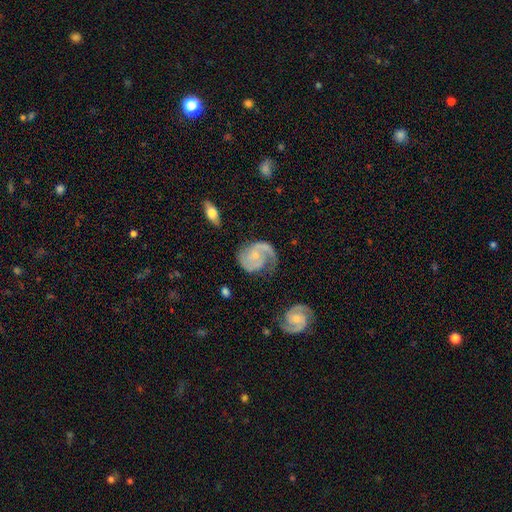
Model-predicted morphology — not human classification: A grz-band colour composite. It shows a featured or disk galaxy (86%) with no bar (66%), 2 (72%) medium (48%) spiral arms (97%) and a small central bulge (68%). Merging: none (58%).